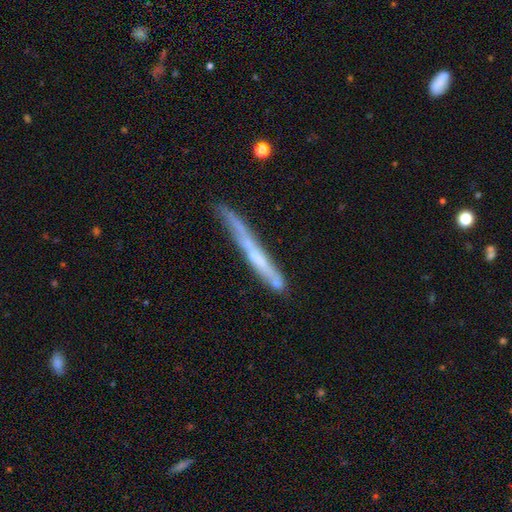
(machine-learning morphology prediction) Smooth or featured: featured or disk — 57% (smooth — 36%)
Edge-on disk: yes — 88% (no — 12%)
Merging: none — 65% (minor disturbance — 21%)